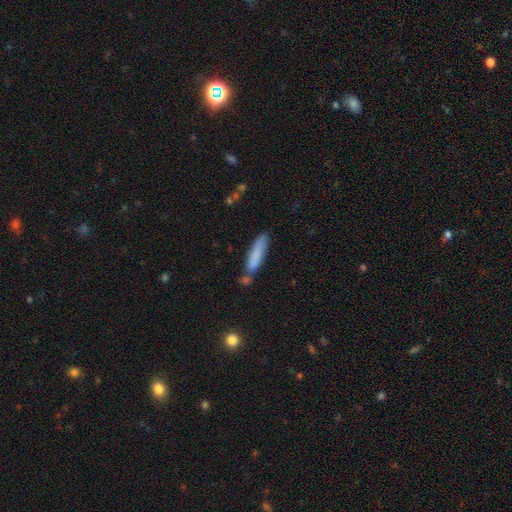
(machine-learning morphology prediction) Overall: smooth (81%). How rounded: cigar-shaped (81%). Merging: none (62%).